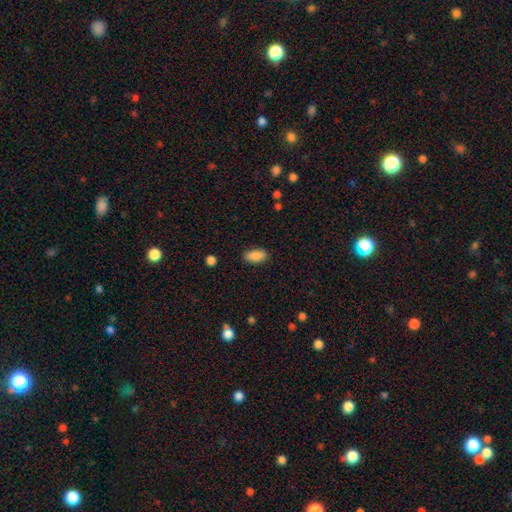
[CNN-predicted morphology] Q: Smooth or featured?
A: smooth (89%); runner-up: star or artifact (7%)
Q: How rounded?
A: in between (91%); runner-up: cigar-shaped (6%)
Q: Merging?
A: none (86%); runner-up: minor disturbance (10%)